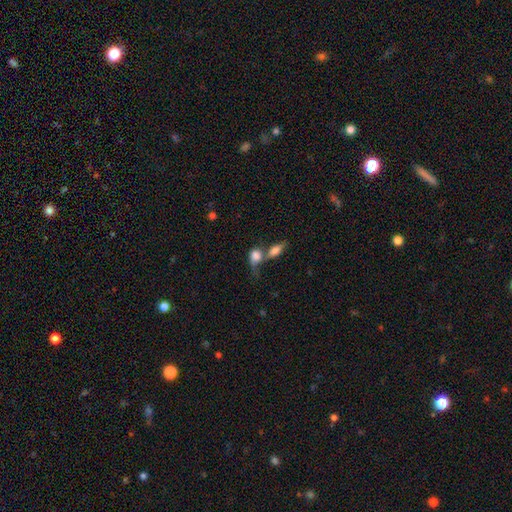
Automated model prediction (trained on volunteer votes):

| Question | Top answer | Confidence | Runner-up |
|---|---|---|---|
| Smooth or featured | smooth | 75% | featured or disk (16%) |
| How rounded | in between | 61% | round (33%) |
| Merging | merger | 62% | none (18%) |